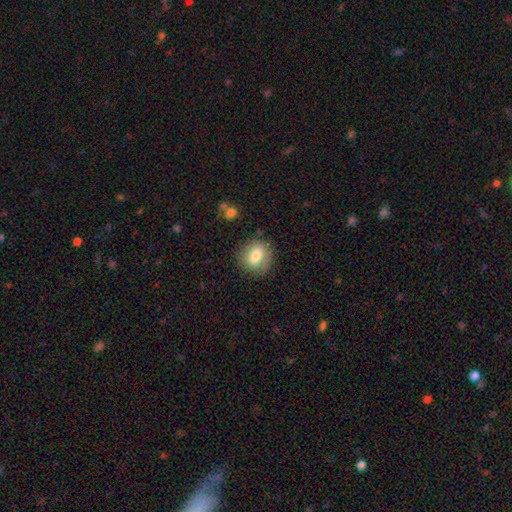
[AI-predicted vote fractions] This is likely a smooth galaxy (72%). How rounded: likely round (62%). Merging: clearly none (82%).